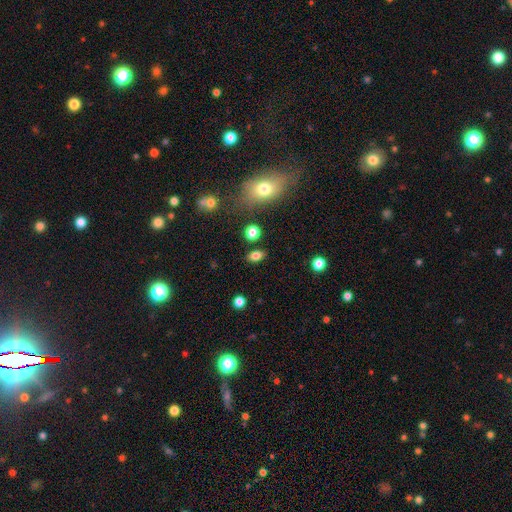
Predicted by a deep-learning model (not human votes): A smooth galaxy with no disk features (81%) that is in between round and cigar-shaped (81%). Merging: none (84%).